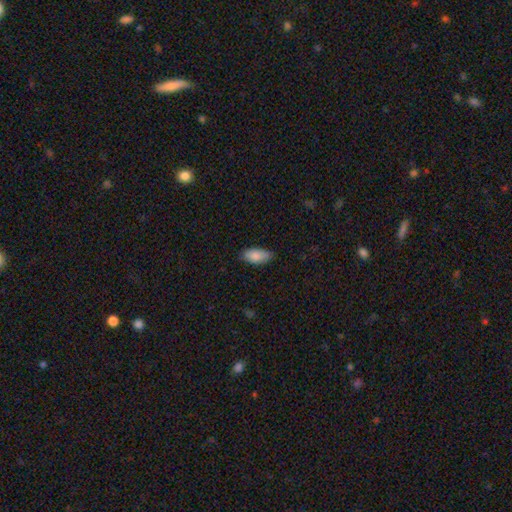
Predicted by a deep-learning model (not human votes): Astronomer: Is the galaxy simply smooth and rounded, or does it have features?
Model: smooth — 86%.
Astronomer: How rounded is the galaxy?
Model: in between — 92%.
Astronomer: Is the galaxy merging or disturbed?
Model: none — 78%.